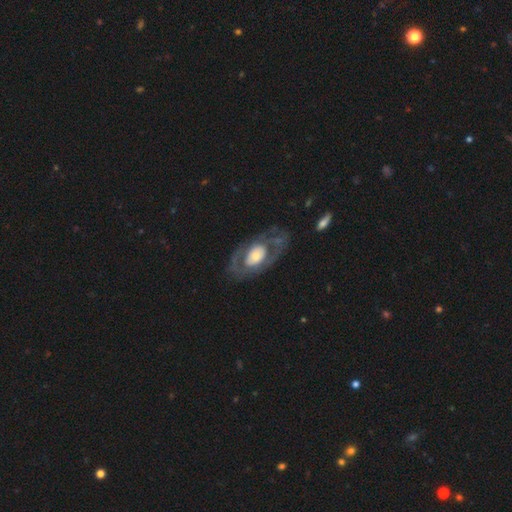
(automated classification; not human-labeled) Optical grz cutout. It shows a featured or disk galaxy (68%) with no bar (75%), no spiral arms (52%) and a large central bulge (39%). Merging: none (65%).